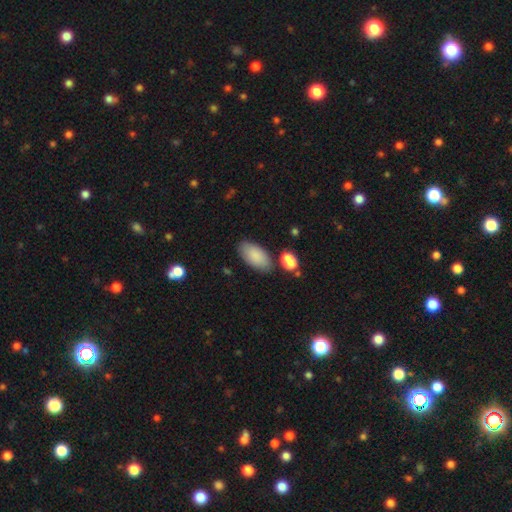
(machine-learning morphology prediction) Smooth or featured: smooth — 86% (featured or disk — 7%)
How rounded: in between — 94% (cigar-shaped — 3%)
Merging: none — 78% (minor disturbance — 12%)